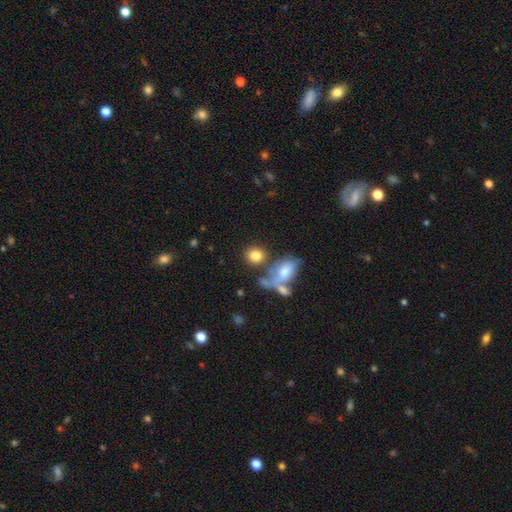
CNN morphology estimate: Smooth or featured: smooth — 80% (featured or disk — 11%)
How rounded: round — 70% (in between — 28%)
Merging: none — 61% (merger — 22%)